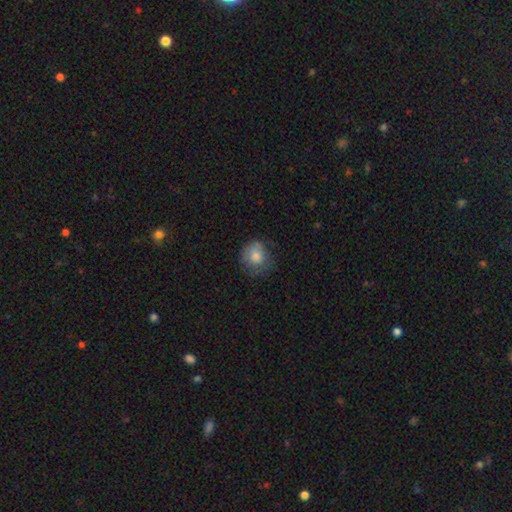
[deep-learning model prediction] smooth-or-featured: smooth: 75% | featured or disk: 16% | star or artifact: 9%
  how-rounded: round: 79% | in between: 21% | cigar-shaped: 1%
  merging: none: 63% | minor disturbance: 25% | major disturbance: 10% | merger: 1%